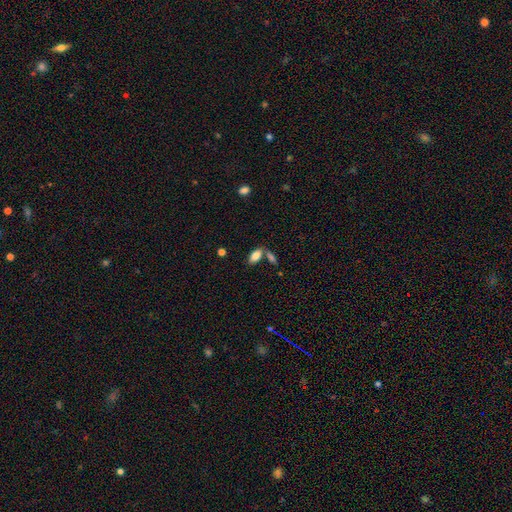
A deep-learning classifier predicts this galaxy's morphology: Smooth or featured?
  - smooth: 81% *
  - featured or disk: 11%
  - star or artifact: 8%
How rounded?
  - in between: 90% *
  - cigar-shaped: 7%
  - round: 3%
Merging?
  - none: 64% *
  - merger: 21%
  - minor disturbance: 12%
  - major disturbance: 4%